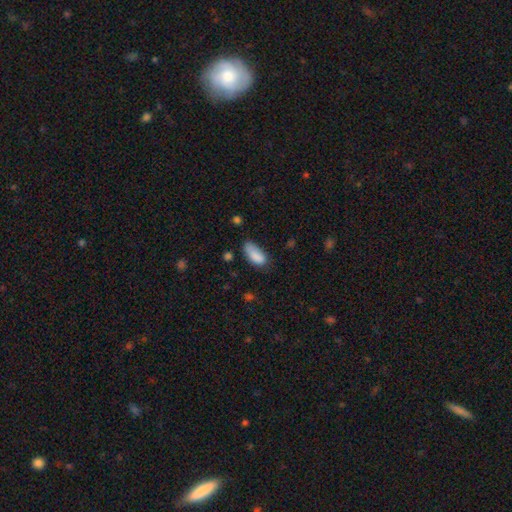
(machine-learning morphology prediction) smooth-or-featured: smooth: 85% | star or artifact: 8% | featured or disk: 7%
  how-rounded: in between: 89% | cigar-shaped: 9% | round: 2%
  merging: none: 52% | minor disturbance: 34% | major disturbance: 11% | merger: 4%